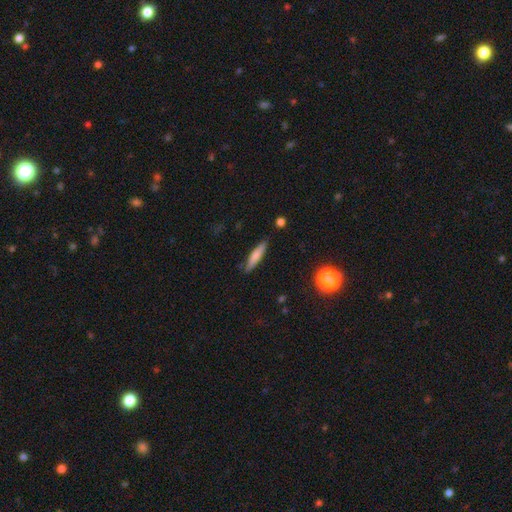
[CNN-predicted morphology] Smooth or featured?
  - smooth: 71% *
  - featured or disk: 22%
  - star or artifact: 7%
How rounded?
  - cigar-shaped: 85% *
  - in between: 13%
  - round: 2%
Merging?
  - none: 86% *
  - minor disturbance: 11%
  - major disturbance: 2%
  - merger: 2%